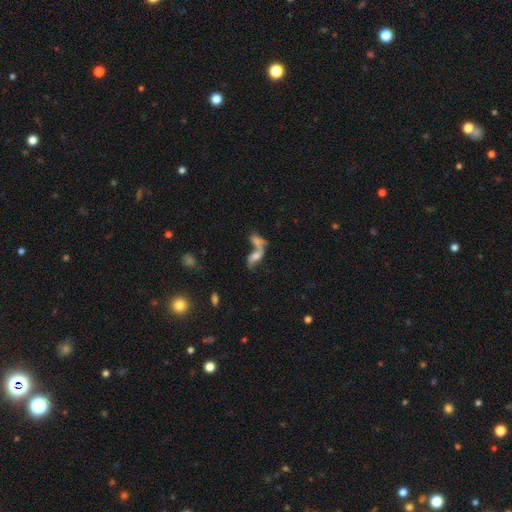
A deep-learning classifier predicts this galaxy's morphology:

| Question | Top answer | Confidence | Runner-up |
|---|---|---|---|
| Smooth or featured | featured or disk | 45% | smooth (42%) |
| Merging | merger | 62% | none (21%) |